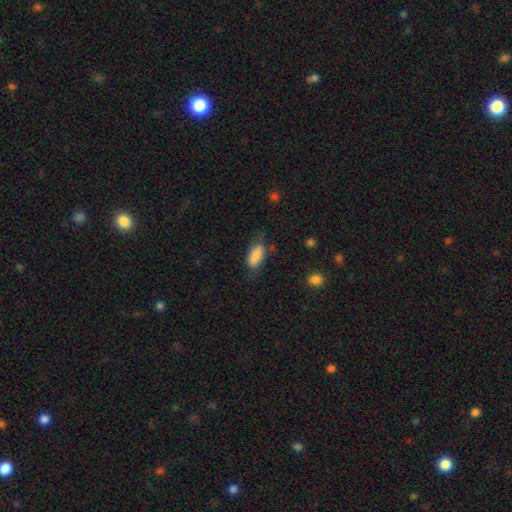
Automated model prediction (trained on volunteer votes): smooth_or_featured: smooth (p=0.85) [alt: featured or disk p=0.07]
how_rounded: in between (p=0.88) [alt: cigar-shaped p=0.09]
merging: none (p=0.60) [alt: minor disturbance p=0.27]